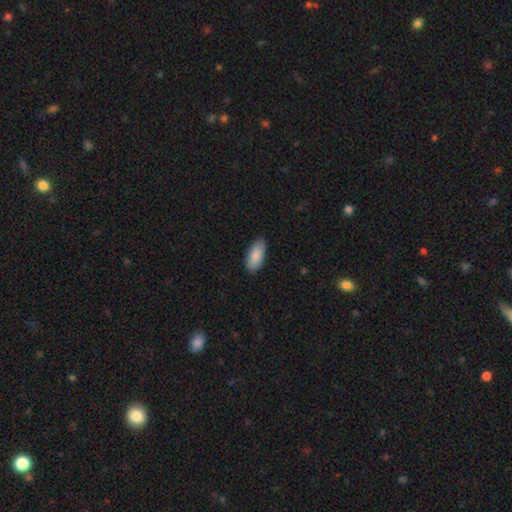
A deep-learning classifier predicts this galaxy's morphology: Overall: smooth (88%). How rounded: in between (90%). Merging: none (86%).